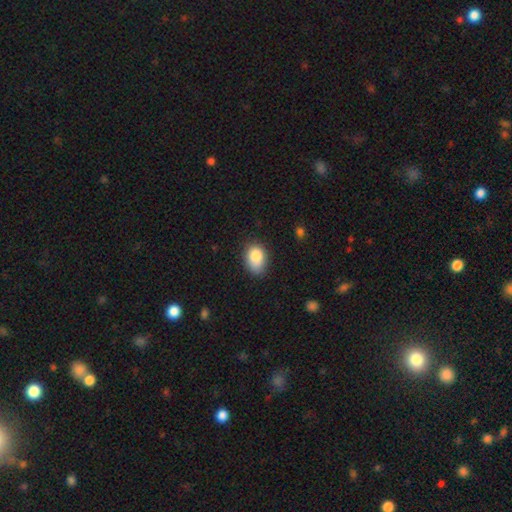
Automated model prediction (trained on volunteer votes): Q: Smooth or featured?
A: smooth (85%); runner-up: star or artifact (9%)
Q: How rounded?
A: in between (75%); runner-up: round (24%)
Q: Merging?
A: none (70%); runner-up: minor disturbance (24%)